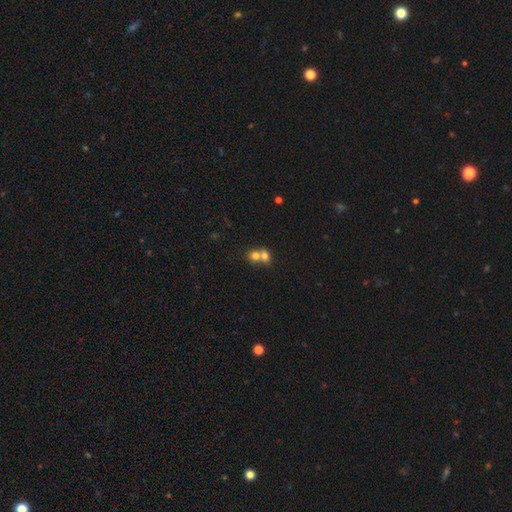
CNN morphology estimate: The model was most divided on "how rounded": round: 68%, in between: 31%, cigar-shaped: 1%. More confident: smooth or featured — smooth (73%); merging — merger (67%).